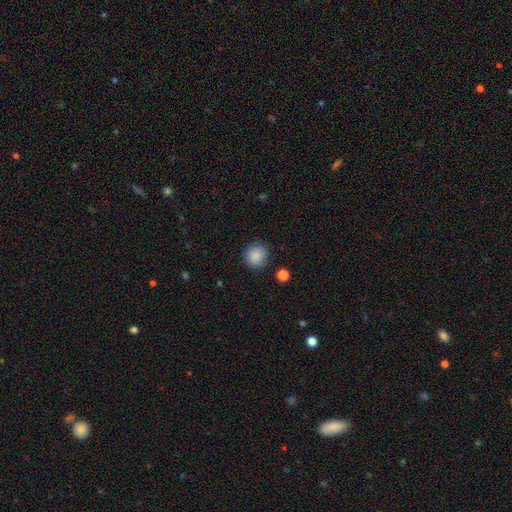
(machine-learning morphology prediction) Smooth or featured? smooth (88%)
How rounded? round (89%)
Merging? none (88%)